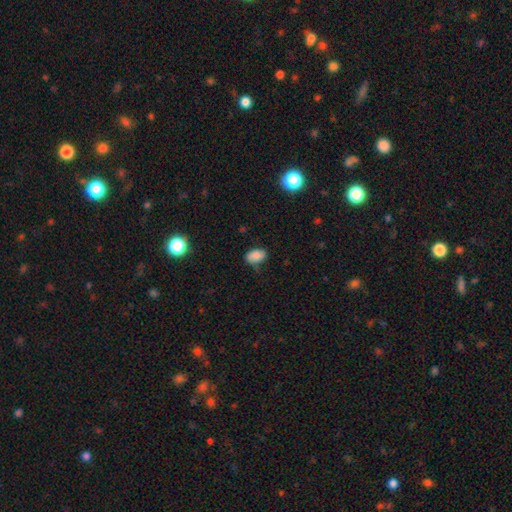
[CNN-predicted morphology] smooth-or-featured: smooth: 82% | star or artifact: 10% | featured or disk: 8%
  how-rounded: in between: 90% | round: 9% | cigar-shaped: 1%
  merging: none: 63% | minor disturbance: 28% | major disturbance: 6% | merger: 2%